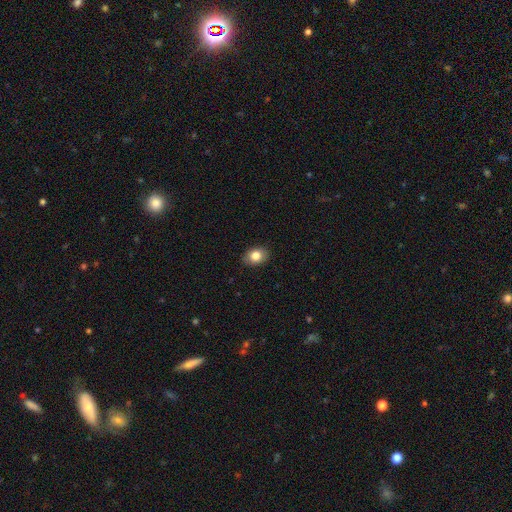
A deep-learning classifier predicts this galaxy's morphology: smooth 83%, star or artifact 9%, featured or disk 8%. Down the decision tree: how rounded — in between (69%); merging — none (88%).